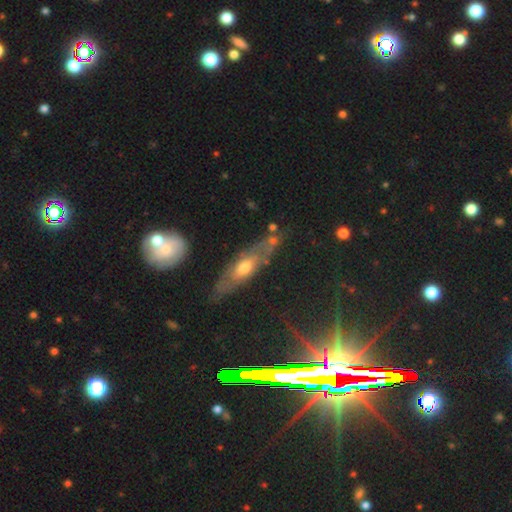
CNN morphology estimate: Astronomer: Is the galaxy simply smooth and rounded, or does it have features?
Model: featured or disk — 50% (runner-up: star or artifact, 33%).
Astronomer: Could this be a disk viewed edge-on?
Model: yes — 68%.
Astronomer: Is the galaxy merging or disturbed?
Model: none — 69%.